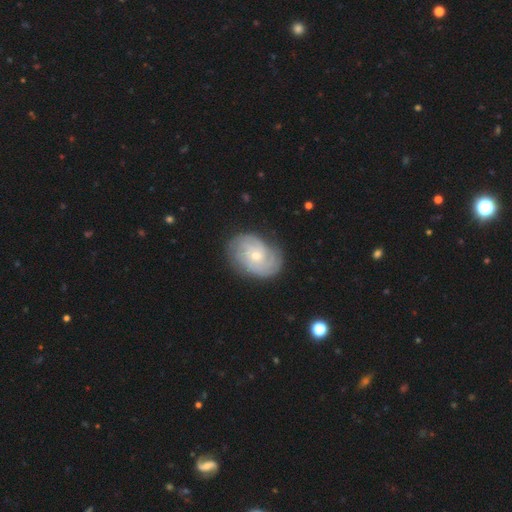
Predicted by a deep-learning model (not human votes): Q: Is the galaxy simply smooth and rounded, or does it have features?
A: featured or disk — 79%.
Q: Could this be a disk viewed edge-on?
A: no — 97%.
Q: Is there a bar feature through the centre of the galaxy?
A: no — 68%.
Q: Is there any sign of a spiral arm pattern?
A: yes — 94%.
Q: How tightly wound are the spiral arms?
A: tight — 68%.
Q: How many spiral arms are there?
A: can't tell — 37%.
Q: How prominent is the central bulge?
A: small — 59%.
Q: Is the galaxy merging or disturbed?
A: none — 79%.